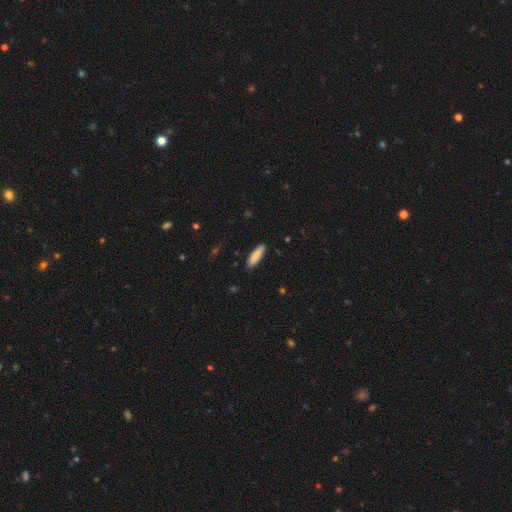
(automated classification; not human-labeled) Smooth or featured? Predicted: smooth (p=0.86). How rounded? Predicted: cigar-shaped (p=0.62). Merging? Predicted: none (p=0.89).